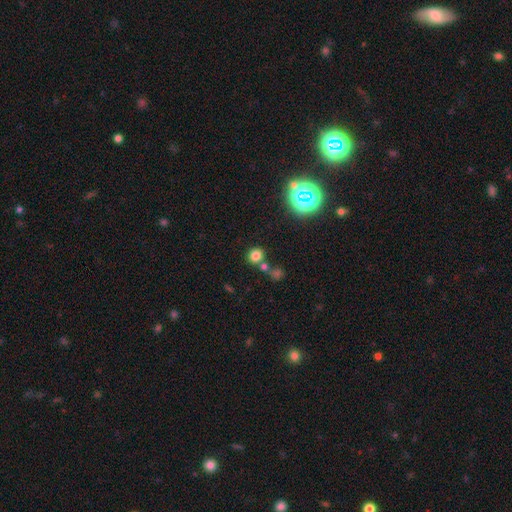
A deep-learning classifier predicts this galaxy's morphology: smooth-or-featured: smooth: 75% | star or artifact: 18% | featured or disk: 7%
  how-rounded: round: 88% | in between: 11% | cigar-shaped: 1%
  merging: none: 68% | merger: 20% | minor disturbance: 8% | major disturbance: 4%